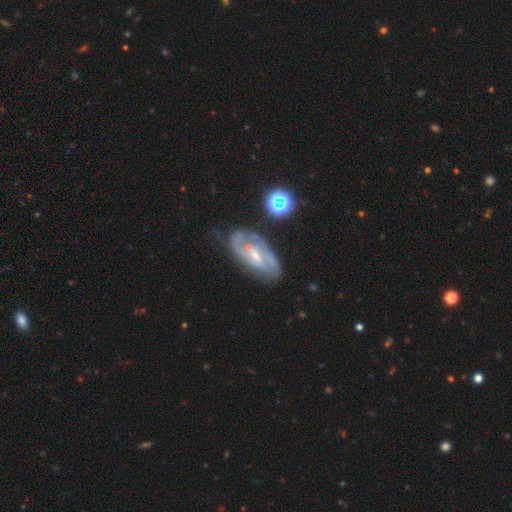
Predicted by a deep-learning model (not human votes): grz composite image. It shows a featured or disk galaxy (80%) with a weak bar (49%), 2 (60%) tight (43%) spiral arms (89%) and a small central bulge (60%). Merging: none (67%).